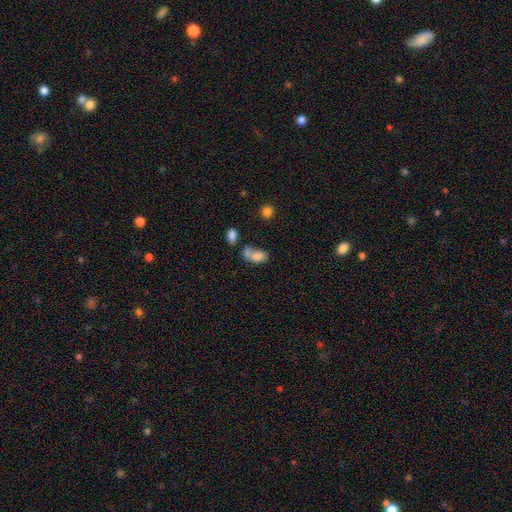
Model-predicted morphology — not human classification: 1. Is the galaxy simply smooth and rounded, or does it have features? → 75% smooth, 15% featured or disk, 10% star or artifact.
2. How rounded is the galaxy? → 87% in between, 10% round, 3% cigar-shaped.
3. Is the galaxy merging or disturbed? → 43% merger, 28% none, 16% minor disturbance, 14% major disturbance.